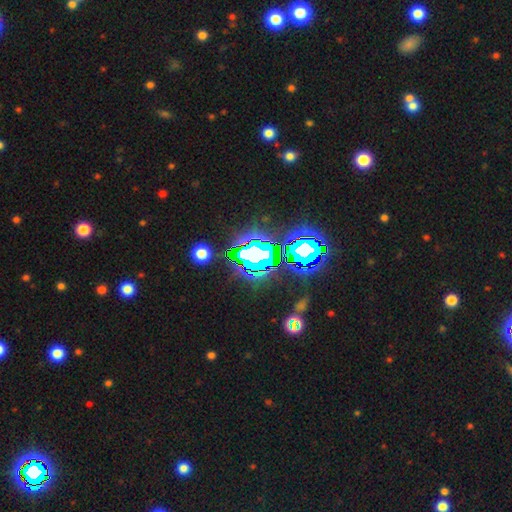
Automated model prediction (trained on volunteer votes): This appears to be a star or artifact, not a galaxy (78%).